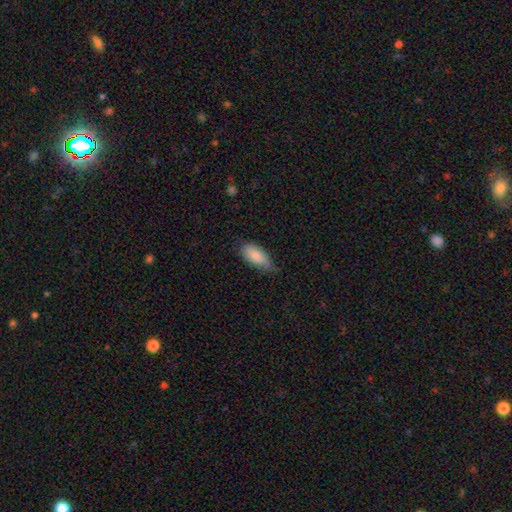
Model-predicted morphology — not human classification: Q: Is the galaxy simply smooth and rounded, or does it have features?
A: smooth — 83%.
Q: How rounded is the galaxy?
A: in between — 90%.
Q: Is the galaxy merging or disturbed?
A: none — 57%.